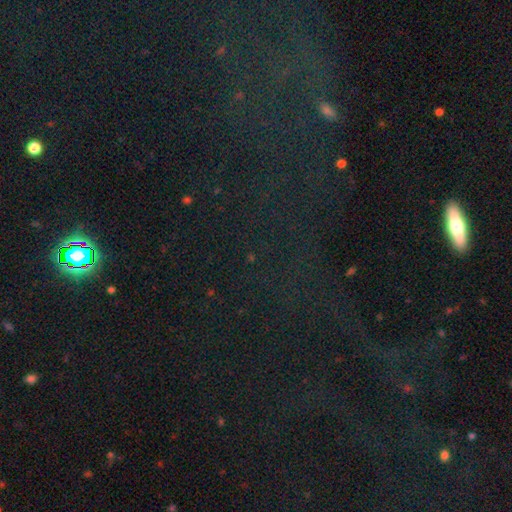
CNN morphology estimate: Smooth or featured? Predicted: star or artifact (p=0.74).